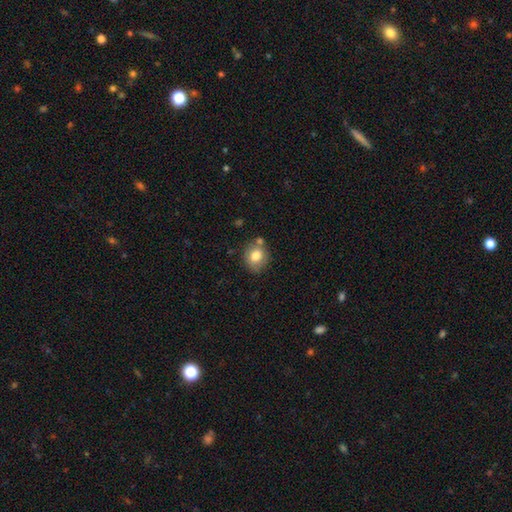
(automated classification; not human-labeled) Smooth or featured: smooth — 78% (featured or disk — 13%)
How rounded: round — 66% (in between — 33%)
Merging: none — 68% (minor disturbance — 17%)